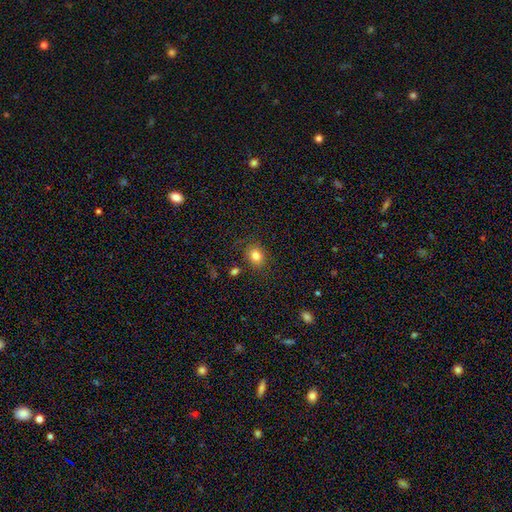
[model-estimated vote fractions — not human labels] The model was most divided on "how rounded": round: 62%, in between: 37%, cigar-shaped: 1%. More confident: smooth or featured — smooth (82%); merging — none (80%).